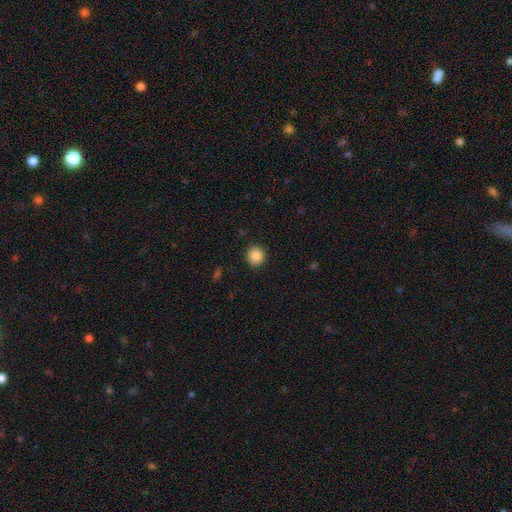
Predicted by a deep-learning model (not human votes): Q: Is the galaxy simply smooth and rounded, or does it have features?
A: smooth — 87%.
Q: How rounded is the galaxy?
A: round — 91%.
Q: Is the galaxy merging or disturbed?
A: none — 91%.